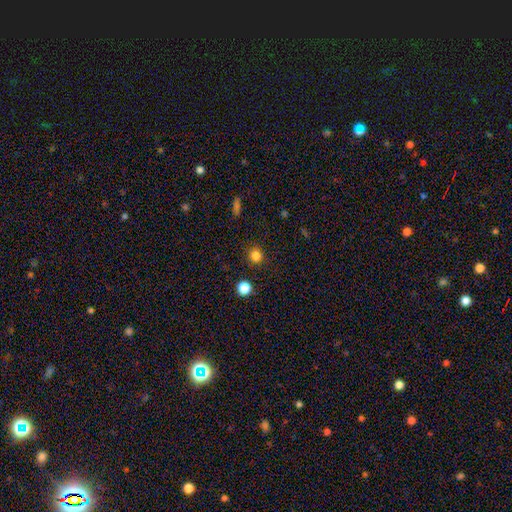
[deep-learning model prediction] A smooth galaxy with no disk features (81%) that is round (92%). Merging: none (89%).